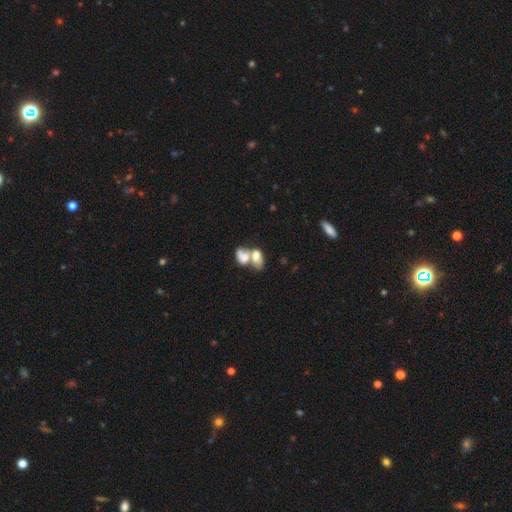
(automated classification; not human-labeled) A smooth galaxy with no disk features (65%) that is in between round and cigar-shaped (83%). Merging: merger (75%).